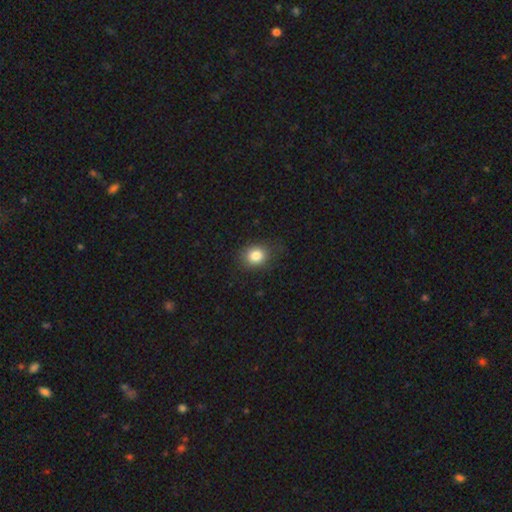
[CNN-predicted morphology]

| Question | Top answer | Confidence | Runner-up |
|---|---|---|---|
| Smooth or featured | smooth | 83% | star or artifact (11%) |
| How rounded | round | 68% | in between (31%) |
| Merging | none | 79% | minor disturbance (15%) |